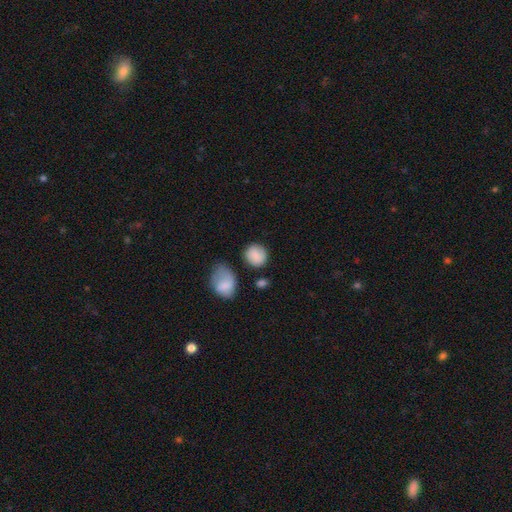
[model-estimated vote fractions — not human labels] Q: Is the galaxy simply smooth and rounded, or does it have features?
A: smooth — 82%.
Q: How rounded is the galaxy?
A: round — 81%.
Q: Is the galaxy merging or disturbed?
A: none — 72%.